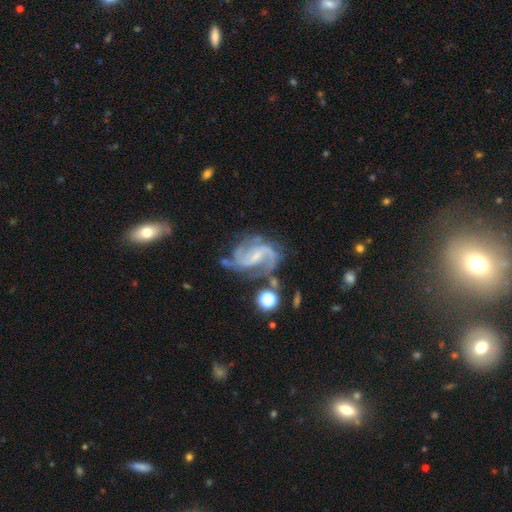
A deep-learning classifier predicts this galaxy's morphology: smooth-or-featured: featured or disk: 90% | star or artifact: 6% | smooth: 4%
  disk-edge-on: no: 98% | yes: 2%
    bar: weak: 51% | no: 29% | strong: 20%
    has-spiral-arms: yes: 98% | no: 2%
      spiral-winding: medium: 55% | loose: 23% | tight: 22%
      spiral-arm-count: 2: 66% | 3: 17% | can't tell: 8% | 4: 4% | 1: 3% | more than 4: 3%
    bulge-size: small: 66% | moderate: 20% | none: 13% | large: 1% | dominant: 1%
  merging: none: 58% | minor disturbance: 21% | major disturbance: 15% | merger: 7%